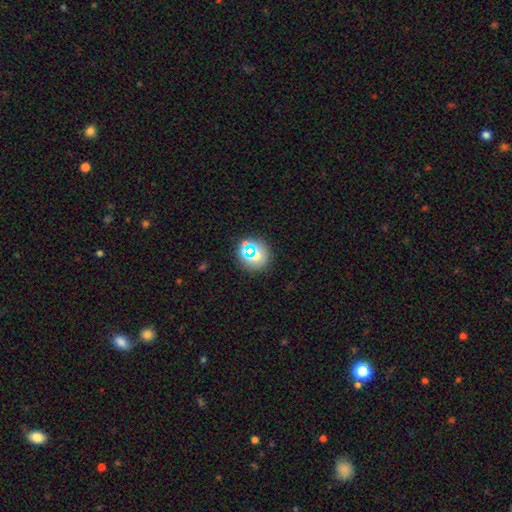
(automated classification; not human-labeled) Q: Smooth or featured?
A: smooth (45%); runner-up: star or artifact (41%)
Q: Merging?
A: none (78%); runner-up: minor disturbance (10%)